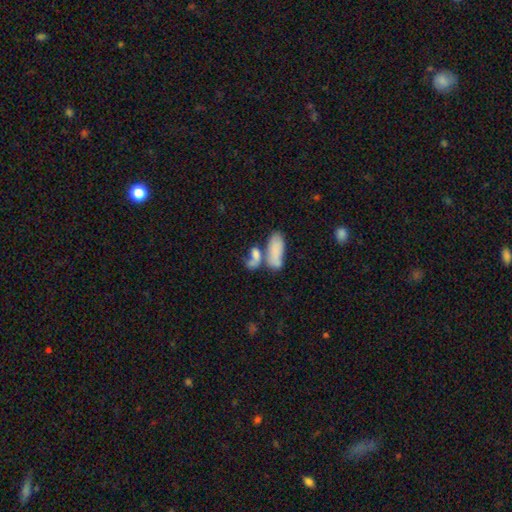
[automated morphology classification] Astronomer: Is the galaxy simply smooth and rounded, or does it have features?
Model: smooth — 71%.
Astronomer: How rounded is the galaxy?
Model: in between — 78%.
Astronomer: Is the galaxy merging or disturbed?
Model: merger — 49% (runner-up: none, 28%).